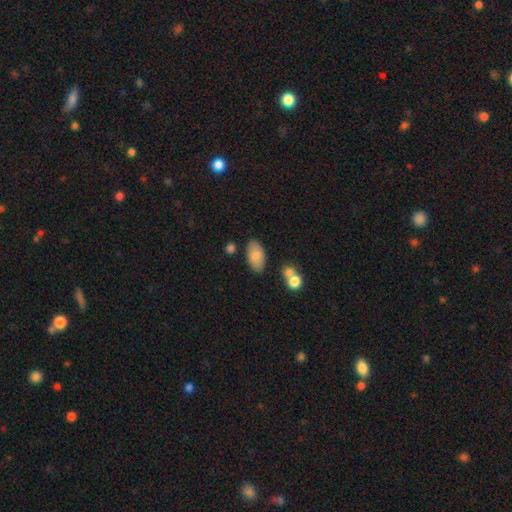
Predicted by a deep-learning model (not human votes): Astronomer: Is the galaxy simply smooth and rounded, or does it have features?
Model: smooth — 81%.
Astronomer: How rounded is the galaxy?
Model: in between — 94%.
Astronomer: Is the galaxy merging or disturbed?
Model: none — 78%.